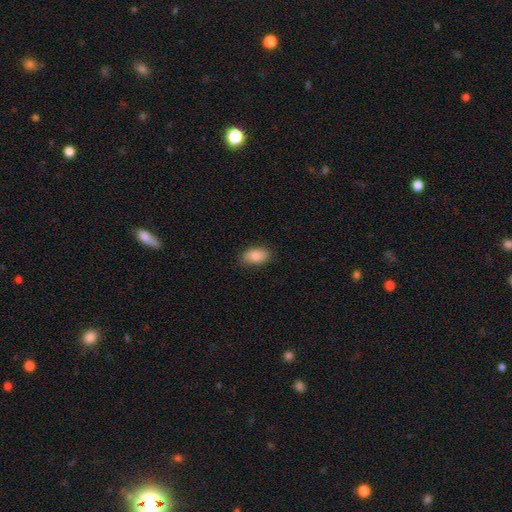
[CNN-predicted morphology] smooth 86%, featured or disk 7%, star or artifact 7%. Down the decision tree: how rounded — in between (91%); merging — none (85%).